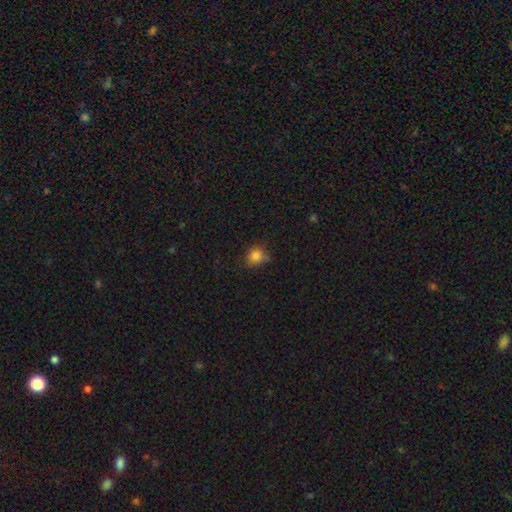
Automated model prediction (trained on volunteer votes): Smooth or featured?
  - smooth: 82% *
  - star or artifact: 12%
  - featured or disk: 6%
How rounded?
  - round: 76% *
  - in between: 23%
  - cigar-shaped: 1%
Merging?
  - none: 65% *
  - minor disturbance: 26%
  - major disturbance: 6%
  - merger: 3%